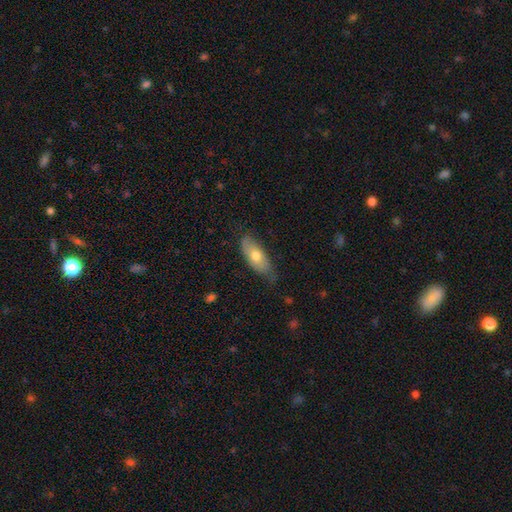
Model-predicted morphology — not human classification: type=smooth (63%); roundness=in between (78%); merging=none (65%).